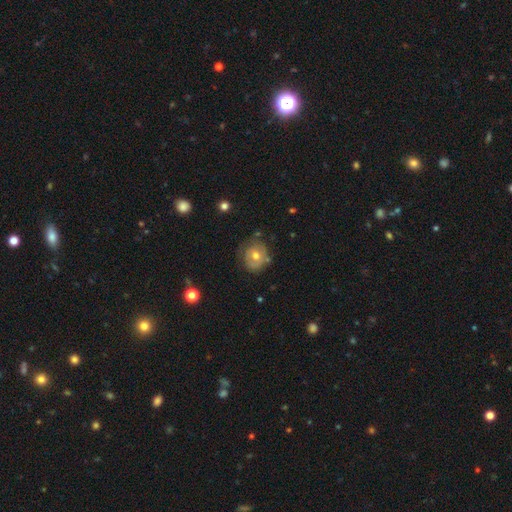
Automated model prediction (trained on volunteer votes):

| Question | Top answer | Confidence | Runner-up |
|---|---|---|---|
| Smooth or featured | smooth | 52% | featured or disk (39%) |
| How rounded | round | 75% | in between (24%) |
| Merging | none | 64% | minor disturbance (24%) |